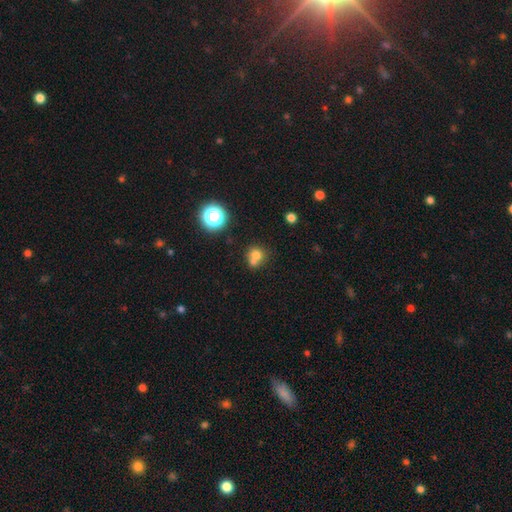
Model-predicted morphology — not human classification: A smooth galaxy with no disk features (71%) that is round (82%).

Vote fractions:
- Smooth or featured? smooth: 71% / star or artifact: 16% / featured or disk: 13%
- How rounded? round: 82% / in between: 17% / cigar-shaped: 1%
- Merging? merger: 48% / none: 41% / minor disturbance: 8% / major disturbance: 4%